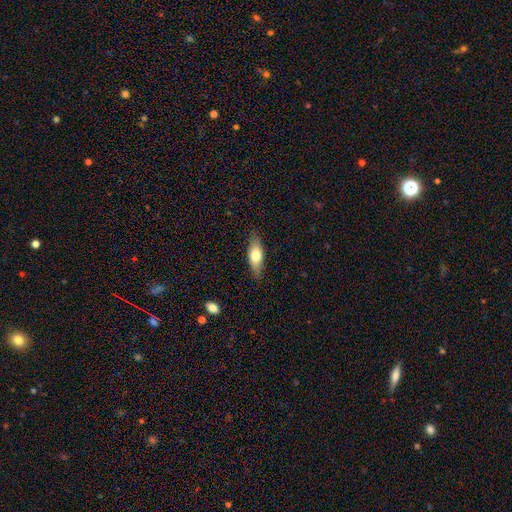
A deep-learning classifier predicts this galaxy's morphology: The model was most divided on "how rounded": in between: 69%, cigar-shaped: 28%, round: 3%. More confident: merging — none (83%); smooth or featured — smooth (69%).